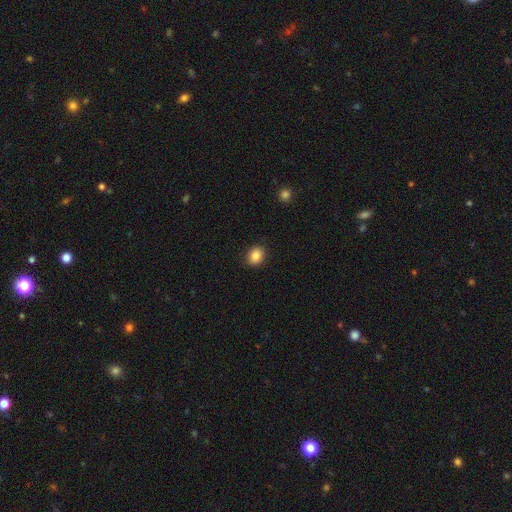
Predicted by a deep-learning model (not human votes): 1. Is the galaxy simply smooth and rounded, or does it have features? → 86% smooth, 10% star or artifact, 5% featured or disk.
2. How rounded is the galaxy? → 66% round, 34% in between, 1% cigar-shaped.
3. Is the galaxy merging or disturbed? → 91% none, 7% minor disturbance, 2% major disturbance, 1% merger.